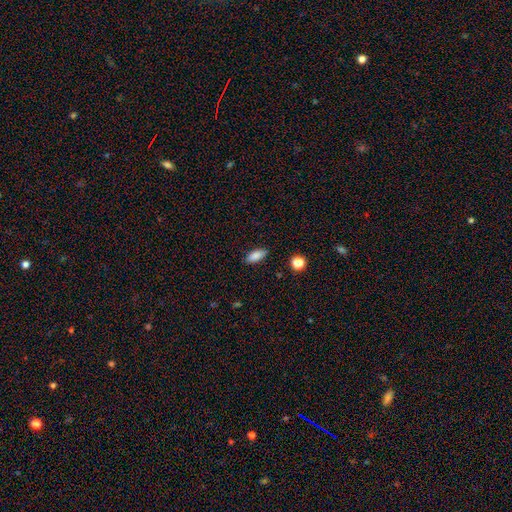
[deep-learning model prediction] Q: Smooth or featured?
A: smooth (86%); runner-up: star or artifact (8%)
Q: How rounded?
A: in between (80%); runner-up: cigar-shaped (17%)
Q: Merging?
A: none (87%); runner-up: minor disturbance (10%)